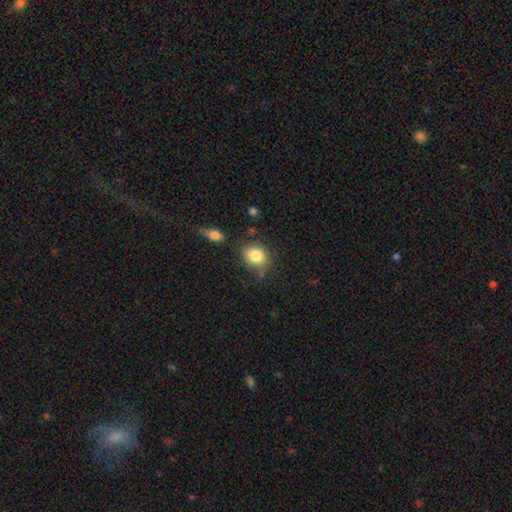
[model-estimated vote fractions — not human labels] smooth 82%, star or artifact 9%, featured or disk 9%. Down the decision tree: how rounded — round (51%); merging — none (64%).